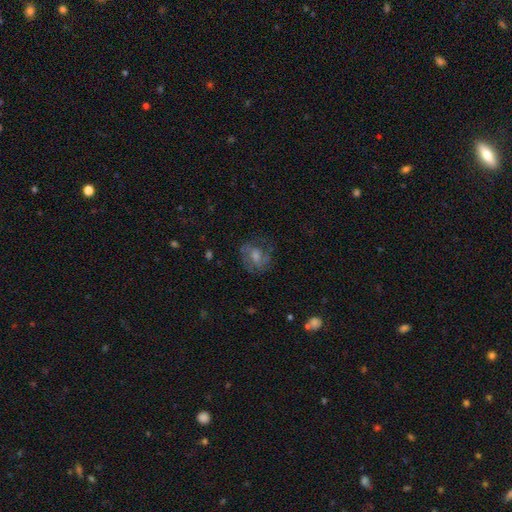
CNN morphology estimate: This appears to be a featured or disk galaxy (62%) with no bar (48%), 2 (54%) medium (48%) spiral arms (84%) and a moderate central bulge (52%). Merging: none (71%).